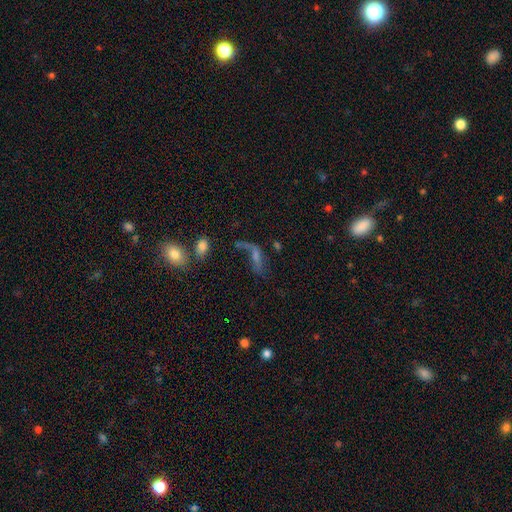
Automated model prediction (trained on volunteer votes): Smooth or featured? featured or disk (50%)
Edge-on disk? no (82%)
Merging? none (40%)